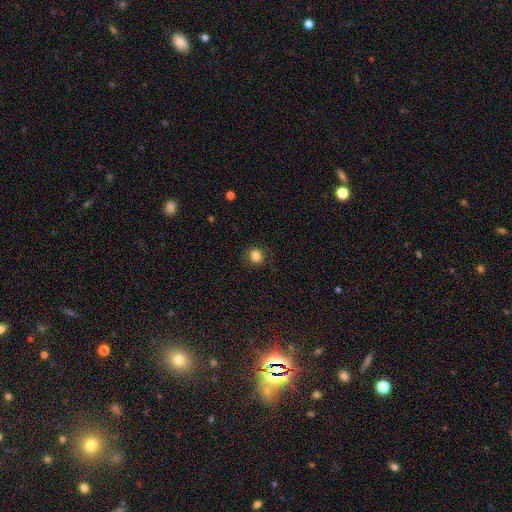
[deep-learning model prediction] smooth_or_featured: smooth (p=0.84) [alt: star or artifact p=0.11]
how_rounded: round (p=0.79) [alt: in between p=0.20]
merging: none (p=0.84) [alt: minor disturbance p=0.12]